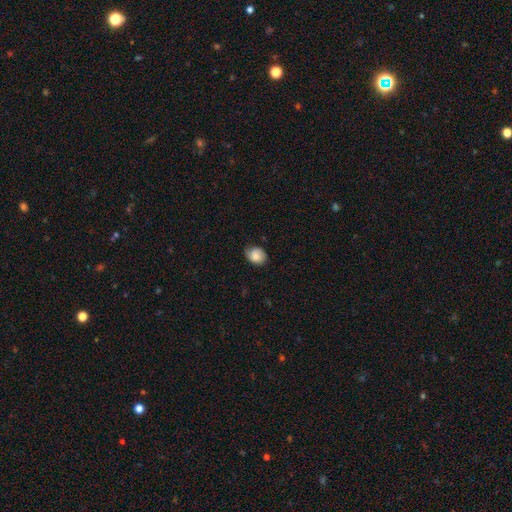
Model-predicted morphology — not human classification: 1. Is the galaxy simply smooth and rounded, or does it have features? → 76% smooth, 16% featured or disk, 8% star or artifact.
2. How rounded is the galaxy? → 51% in between, 48% round, 1% cigar-shaped.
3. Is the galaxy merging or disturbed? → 72% none, 22% minor disturbance, 4% major disturbance, 1% merger.